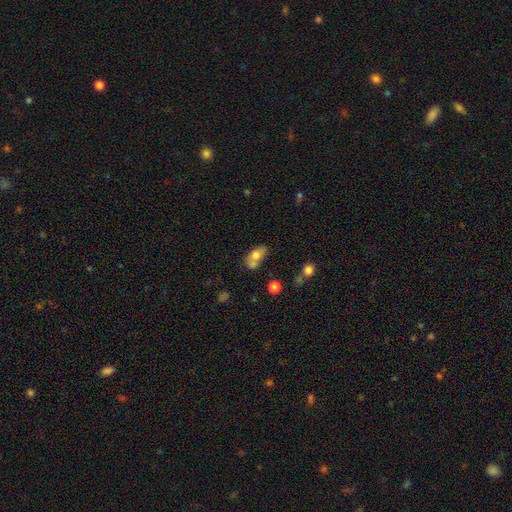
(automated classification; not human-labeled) A smooth galaxy with no disk features (71%) that is in between round and cigar-shaped (81%). Merging: merger (40%).